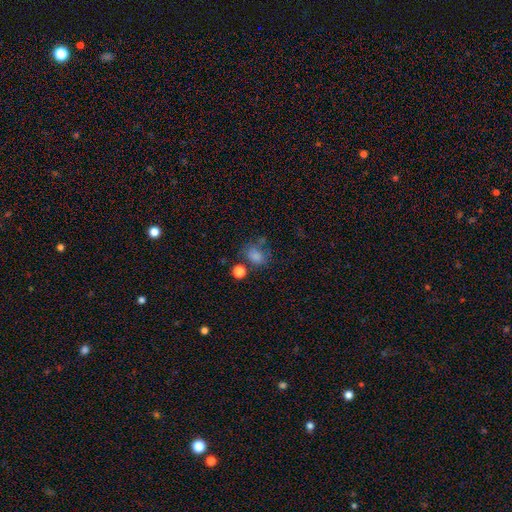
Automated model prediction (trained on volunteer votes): This appears to be a smooth galaxy with no disk features (75%) that is in between round and cigar-shaped (55%). Merging: none (49%).